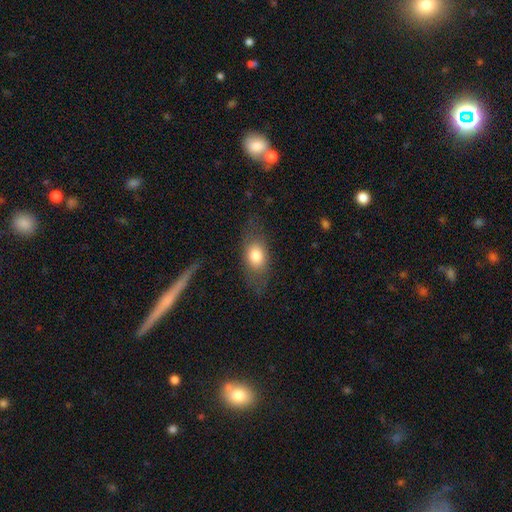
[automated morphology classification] A smooth galaxy with no disk features (73%) that is in between round and cigar-shaped (77%).

Vote fractions:
- Smooth or featured? smooth: 73% / featured or disk: 19% / star or artifact: 7%
- How rounded? in between: 77% / round: 14% / cigar-shaped: 9%
- Merging? none: 72% / minor disturbance: 17% / major disturbance: 9% / merger: 2%